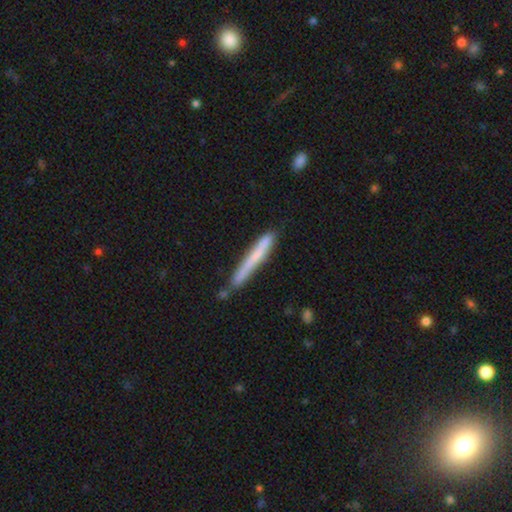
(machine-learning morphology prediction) A smooth galaxy with no disk features (60%) that is cigar-shaped (97%). Merging: none (71%).